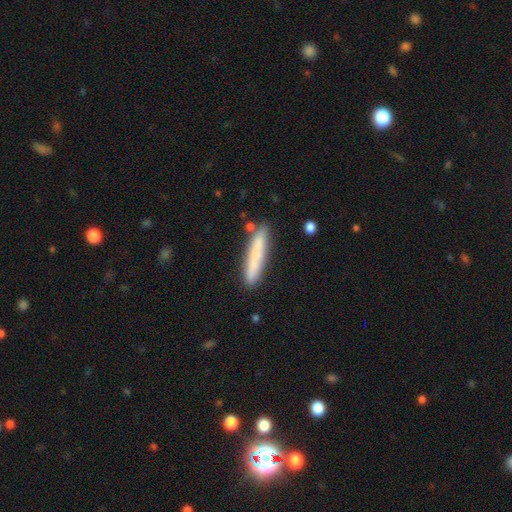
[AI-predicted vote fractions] A smooth galaxy with no disk features (76%) that is cigar-shaped (92%).

Vote fractions:
- Smooth or featured? smooth: 76% / featured or disk: 17% / star or artifact: 7%
- How rounded? cigar-shaped: 92% / in between: 7% / round: 1%
- Merging? none: 82% / minor disturbance: 12% / merger: 4% / major disturbance: 2%